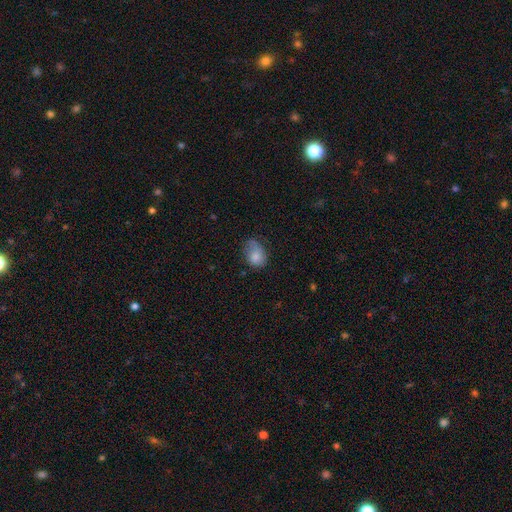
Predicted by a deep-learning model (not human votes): A smooth galaxy with no disk features (78%) that is in between round and cigar-shaped (64%).

Vote fractions:
- Smooth or featured? smooth: 78% / featured or disk: 13% / star or artifact: 8%
- How rounded? in between: 64% / round: 35% / cigar-shaped: 1%
- Merging? none: 43% / minor disturbance: 35% / major disturbance: 19% / merger: 3%